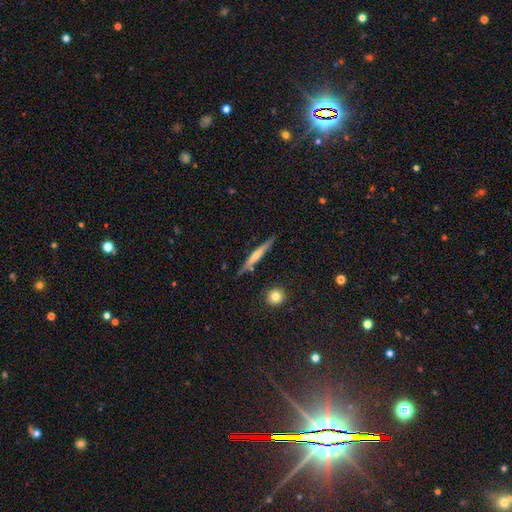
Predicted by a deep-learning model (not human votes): featured or disk 62%, smooth 31%, star or artifact 7%. Down the decision tree: edge-on disk — yes (96%); edge-on bulge — rounded (56%); merging — none (87%).